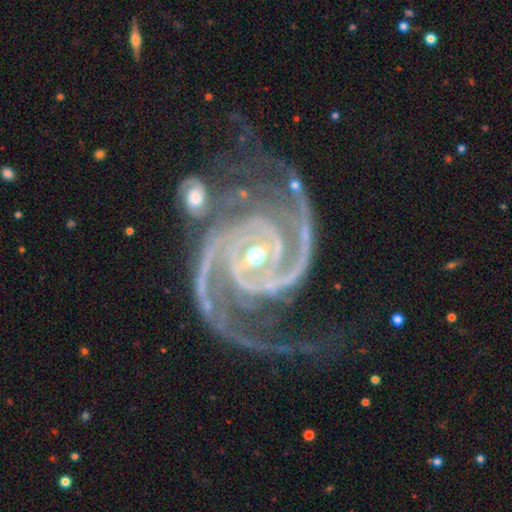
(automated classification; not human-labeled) smooth-or-featured: featured or disk: 94% | star or artifact: 4% | smooth: 2%
  disk-edge-on: no: 98% | yes: 2%
    bar: no: 45% | weak: 32% | strong: 24%
    has-spiral-arms: yes: 99% | no: 1%
      spiral-winding: tight: 54% | medium: 40% | loose: 6%
      spiral-arm-count: 2: 64% | 3: 17% | 4: 5% | can't tell: 5% | more than 4: 4% | 1: 4%
    bulge-size: small: 58% | moderate: 39% | large: 1% | none: 1% | dominant: 1%
  merging: none: 51% | minor disturbance: 23% | major disturbance: 17% | merger: 10%